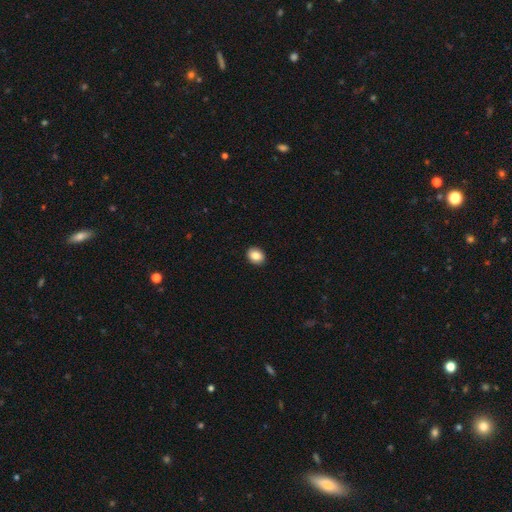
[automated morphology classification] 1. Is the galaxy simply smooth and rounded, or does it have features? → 87% smooth, 8% star or artifact, 5% featured or disk.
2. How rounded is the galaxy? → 52% in between, 47% round, 1% cigar-shaped.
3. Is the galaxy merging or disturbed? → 92% none, 6% minor disturbance, 2% major disturbance, 1% merger.